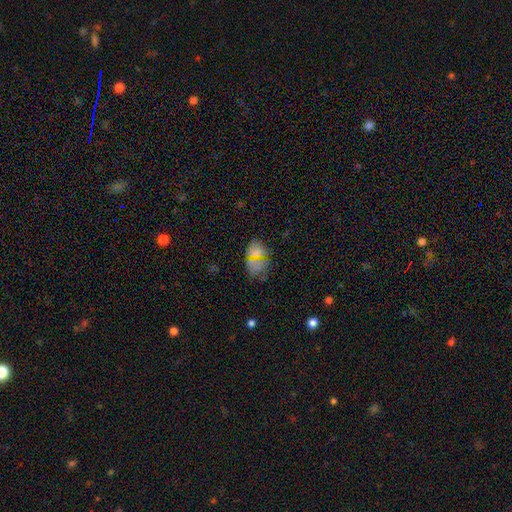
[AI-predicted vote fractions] A smooth galaxy with no disk features (53%) that is in between round and cigar-shaped (64%).

Vote fractions:
- Smooth or featured? smooth: 53% / star or artifact: 33% / featured or disk: 14%
- How rounded? in between: 64% / round: 33% / cigar-shaped: 3%
- Merging? none: 64% / minor disturbance: 19% / major disturbance: 10% / merger: 7%